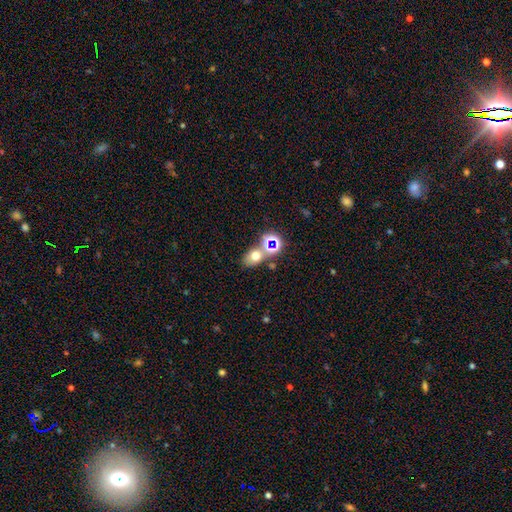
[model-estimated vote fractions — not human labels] smooth_or_featured: smooth (p=0.62) [alt: star or artifact p=0.23]
how_rounded: in between (p=0.69) [alt: round p=0.29]
merging: none (p=0.56) [alt: merger p=0.29]